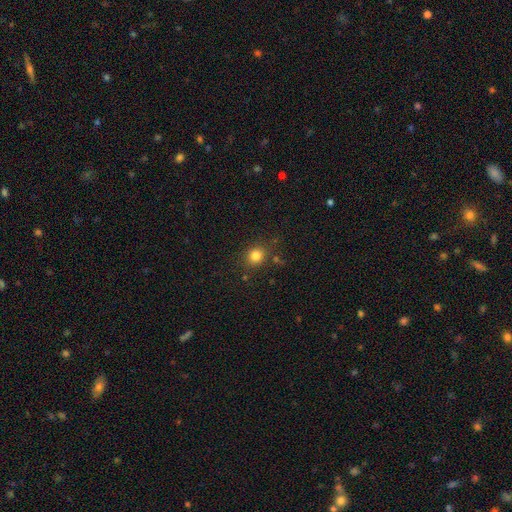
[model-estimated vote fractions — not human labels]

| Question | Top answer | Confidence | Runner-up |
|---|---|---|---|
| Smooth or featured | smooth | 81% | star or artifact (13%) |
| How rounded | round | 83% | in between (16%) |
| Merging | none | 83% | minor disturbance (10%) |